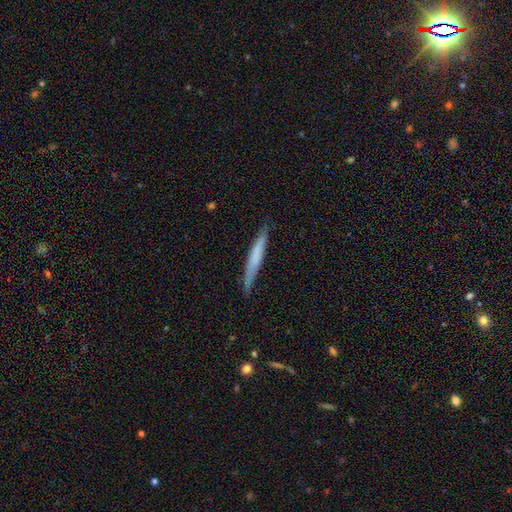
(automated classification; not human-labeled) This is possibly a smooth galaxy (58%). How rounded: clearly cigar-shaped (95%). Merging: likely none (79%).